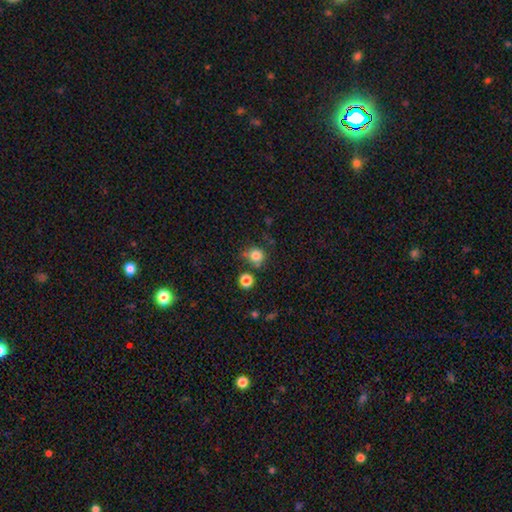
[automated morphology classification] Smooth or featured?
  - smooth: 80% *
  - star or artifact: 13%
  - featured or disk: 7%
How rounded?
  - round: 85% *
  - in between: 14%
  - cigar-shaped: 1%
Merging?
  - none: 65% *
  - minor disturbance: 18%
  - merger: 11%
  - major disturbance: 6%